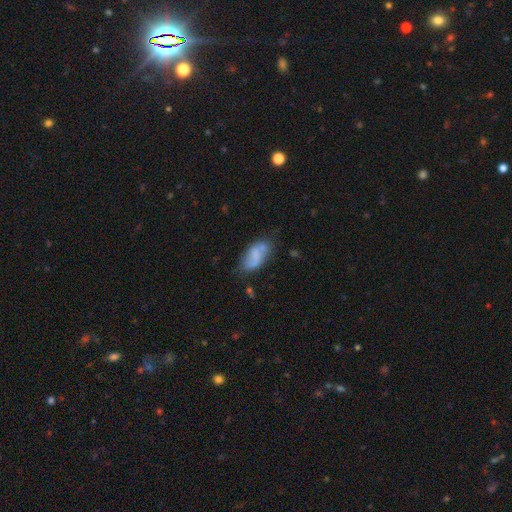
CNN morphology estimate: Q: Smooth or featured?
A: smooth (63%); runner-up: featured or disk (29%)
Q: How rounded?
A: in between (90%); runner-up: cigar-shaped (6%)
Q: Merging?
A: none (48%); runner-up: minor disturbance (26%)